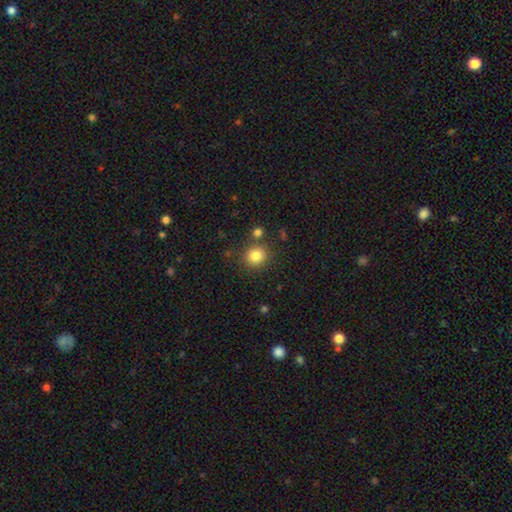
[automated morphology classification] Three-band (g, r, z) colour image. It shows a smooth galaxy with no disk features (83%) that is round (86%). Merging: none (82%).